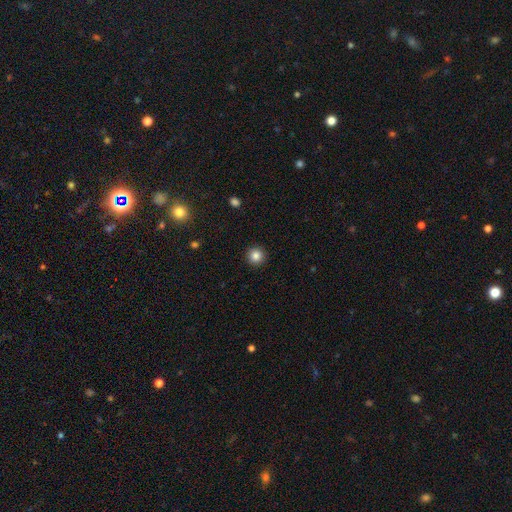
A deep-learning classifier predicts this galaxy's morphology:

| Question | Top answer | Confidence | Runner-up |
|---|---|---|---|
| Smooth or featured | smooth | 85% | star or artifact (11%) |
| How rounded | round | 96% | in between (3%) |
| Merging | none | 93% | minor disturbance (4%) |